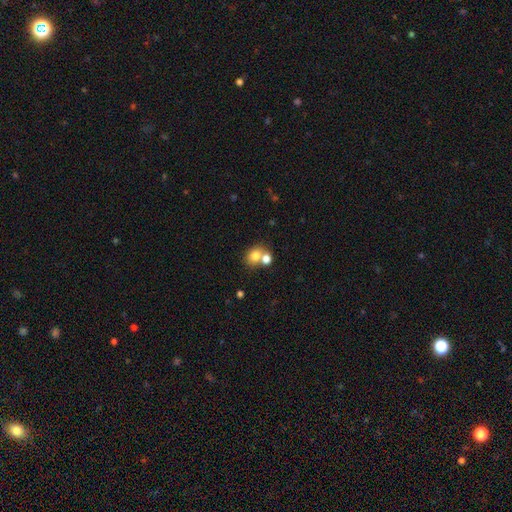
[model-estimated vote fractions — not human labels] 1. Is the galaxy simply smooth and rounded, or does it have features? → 76% smooth, 12% featured or disk, 12% star or artifact.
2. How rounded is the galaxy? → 65% round, 34% in between, 1% cigar-shaped.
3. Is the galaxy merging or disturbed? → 45% none, 44% merger, 8% minor disturbance, 3% major disturbance.